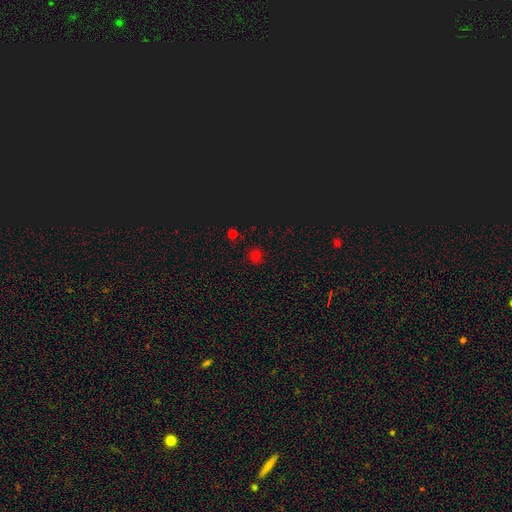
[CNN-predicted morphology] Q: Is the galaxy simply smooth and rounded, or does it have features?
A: smooth — 60%.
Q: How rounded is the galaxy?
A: round — 89%.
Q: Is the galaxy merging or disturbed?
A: none — 84%.